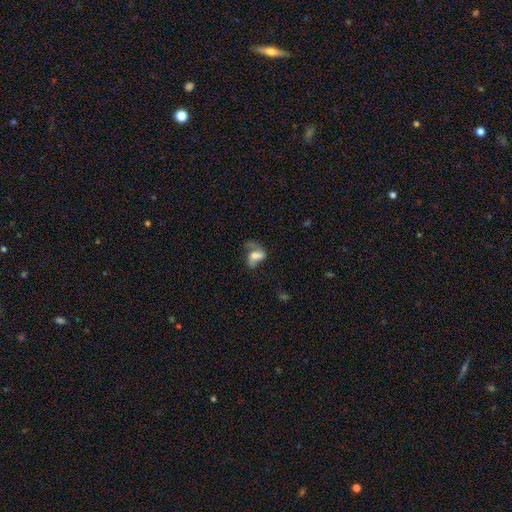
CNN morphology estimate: This is possibly a smooth galaxy (46%). Merging: marginally major disturbance (43%).